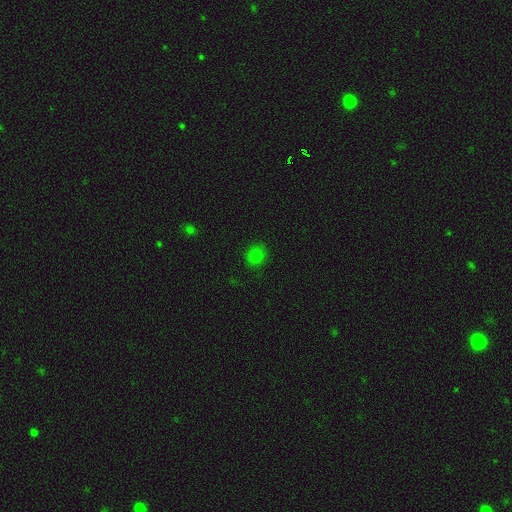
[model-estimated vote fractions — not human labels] A smooth galaxy with no disk features (78%) that is round (79%). Merging: none (87%).